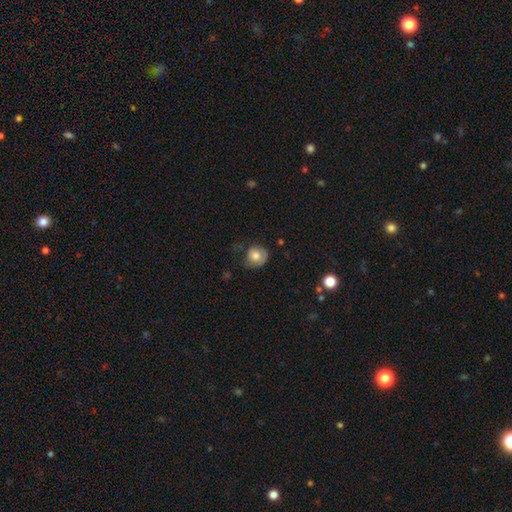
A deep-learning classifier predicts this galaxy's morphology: smooth 75%, featured or disk 17%, star or artifact 8%. Down the decision tree: how rounded — round (81%); merging — none (58%).